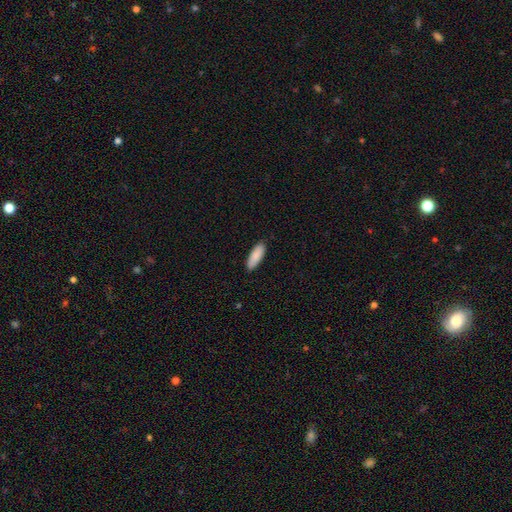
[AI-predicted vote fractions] Overall: smooth (89%). How rounded: in between (64%; cigar-shaped 35%). Merging: none (88%).